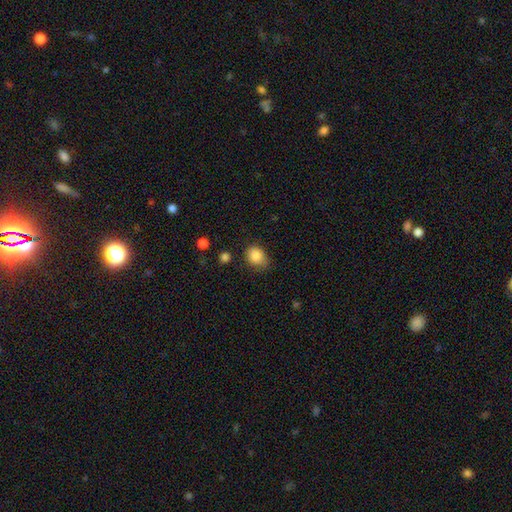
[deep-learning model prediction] A smooth galaxy with no disk features (86%) that is in between round and cigar-shaped (51%). Merging: none (66%).